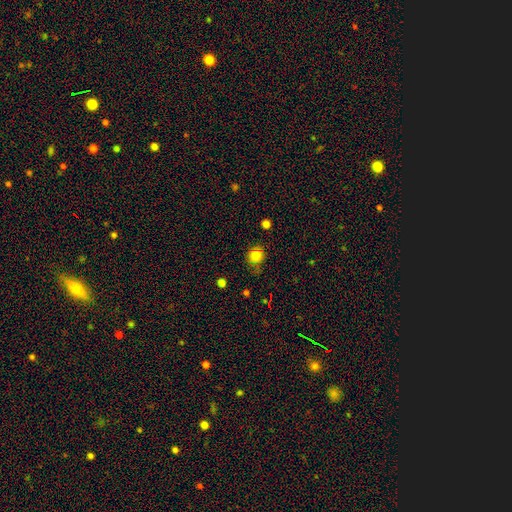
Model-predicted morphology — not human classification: Smooth or featured: smooth — 82% (star or artifact — 11%)
How rounded: round — 82% (in between — 17%)
Merging: none — 72% (minor disturbance — 20%)